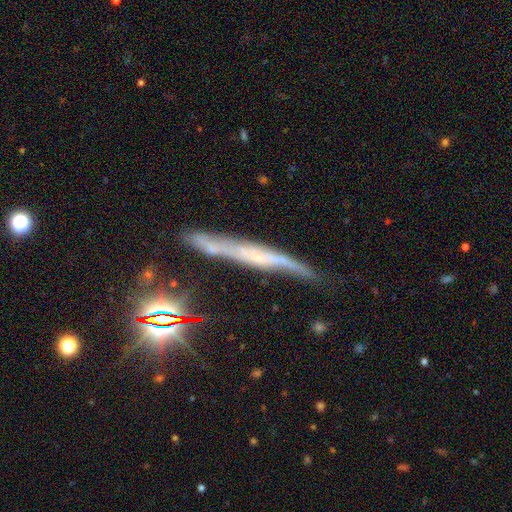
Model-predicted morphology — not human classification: This is likely a featured or disk galaxy (62%). It is clearly viewed edge-on (85%). Edge-on bulge: likely none (60%). Merging: likely none (63%).